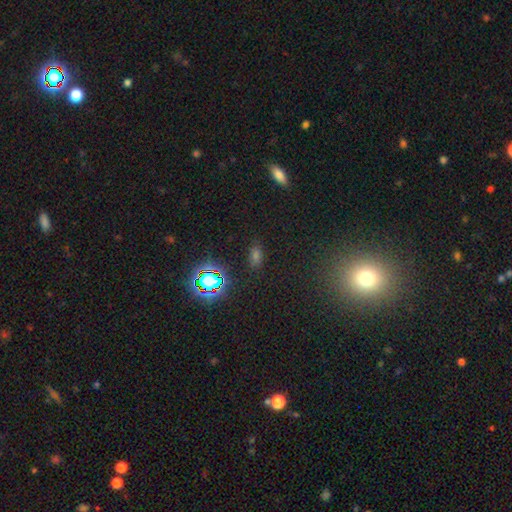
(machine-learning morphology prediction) Smooth or featured: smooth — 49% (star or artifact — 42%)
Merging: none — 84% (minor disturbance — 10%)